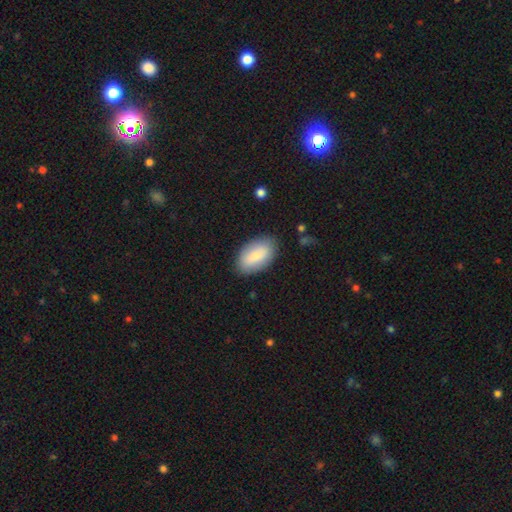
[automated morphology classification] smooth 78%, featured or disk 16%, star or artifact 6%. Down the decision tree: how rounded — in between (94%); merging — none (84%).